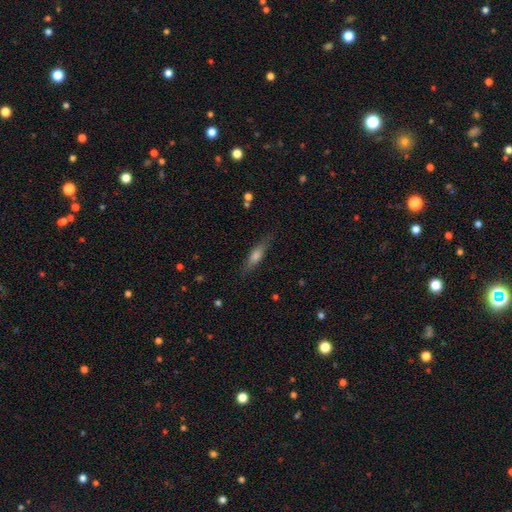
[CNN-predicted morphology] Smooth or featured? Predicted: smooth (p=0.51). How rounded? Predicted: cigar-shaped (p=0.71). Merging? Predicted: none (p=0.82).